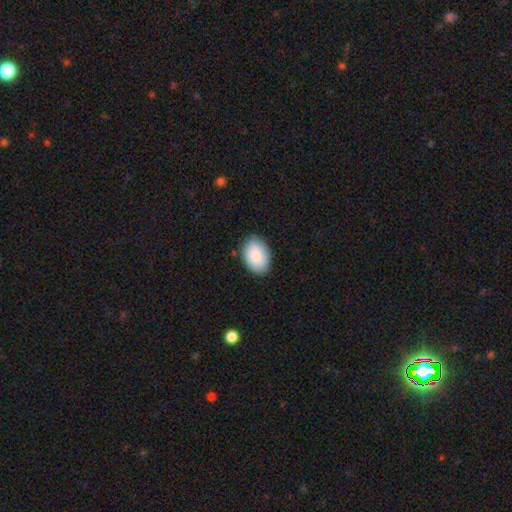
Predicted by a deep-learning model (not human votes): This is clearly a smooth galaxy (84%). How rounded: clearly in between (84%). Merging: clearly none (82%).